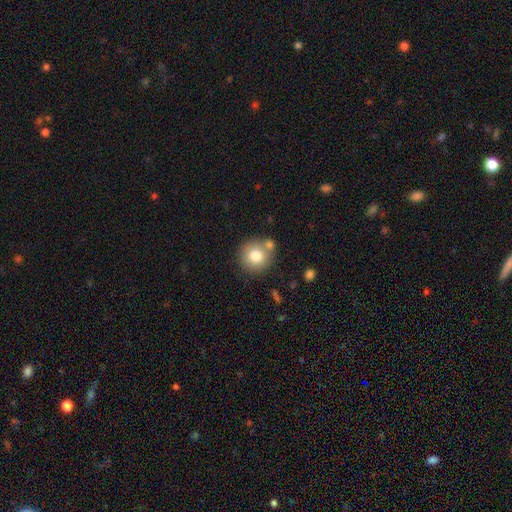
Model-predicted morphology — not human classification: type=smooth (77%); roundness=round (91%); merging=none (70%).